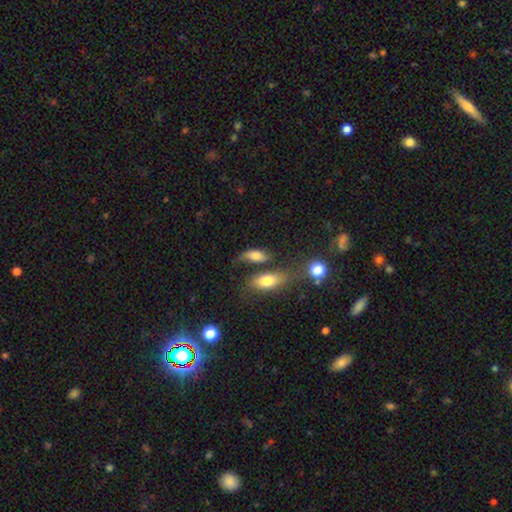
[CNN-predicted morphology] A smooth galaxy with no disk features (70%) that is in between round and cigar-shaped (79%). Merging: none (38%).